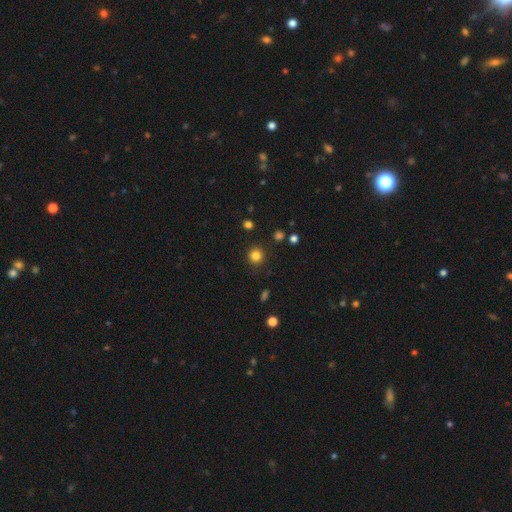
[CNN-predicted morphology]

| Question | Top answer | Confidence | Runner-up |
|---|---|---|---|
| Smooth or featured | smooth | 83% | star or artifact (13%) |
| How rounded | round | 93% | in between (6%) |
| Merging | none | 90% | minor disturbance (6%) |